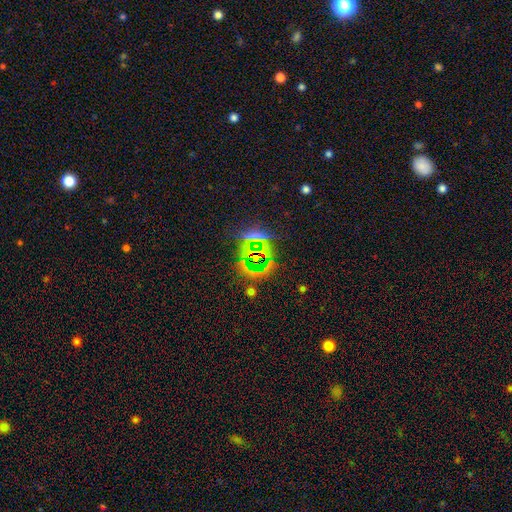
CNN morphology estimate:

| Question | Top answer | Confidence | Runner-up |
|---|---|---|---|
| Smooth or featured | star or artifact | 76% | smooth (14%) |